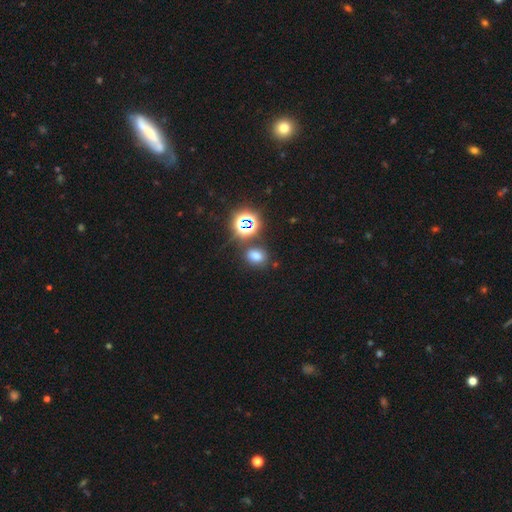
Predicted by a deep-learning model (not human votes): This appears to be a smooth galaxy with no disk features (65%) that is in between round and cigar-shaped (58%). Merging: none (75%).